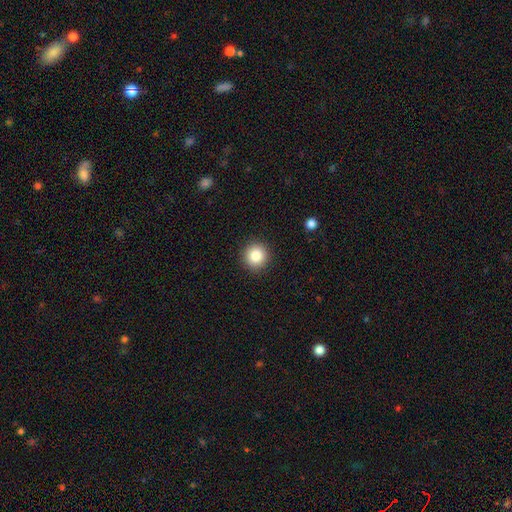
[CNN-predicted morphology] smooth-or-featured: smooth: 85% | star or artifact: 10% | featured or disk: 6%
  how-rounded: round: 95% | in between: 4% | cigar-shaped: 1%
  merging: none: 92% | minor disturbance: 5% | major disturbance: 2% | merger: 1%